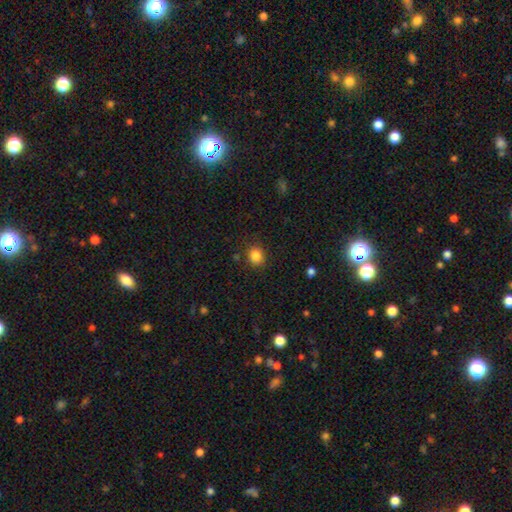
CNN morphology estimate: Smooth or featured? smooth (85%)
How rounded? round (69%)
Merging? none (86%)